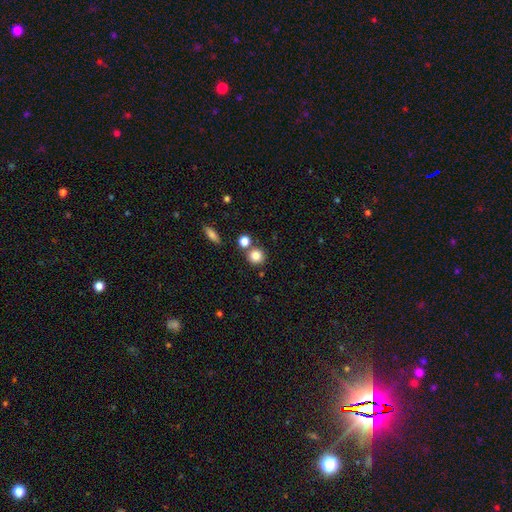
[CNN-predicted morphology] A smooth galaxy with no disk features (84%) that is round (90%).

Vote fractions:
- Smooth or featured? smooth: 84% / star or artifact: 10% / featured or disk: 6%
- How rounded? round: 90% / in between: 9% / cigar-shaped: 1%
- Merging? none: 73% / merger: 16% / minor disturbance: 8% / major disturbance: 3%